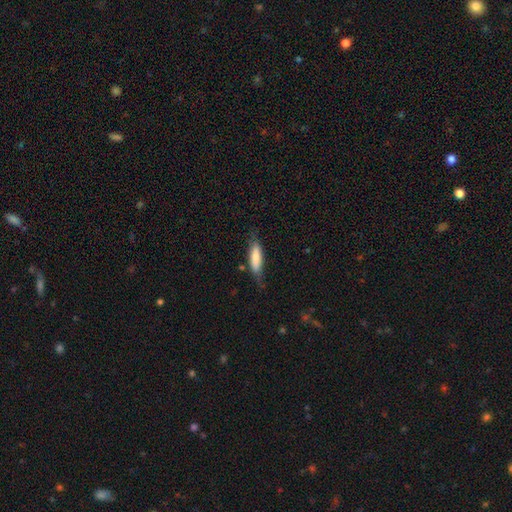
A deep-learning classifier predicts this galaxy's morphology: This appears to be a smooth galaxy with no disk features (74%) that is cigar-shaped (63%). Merging: none (67%).